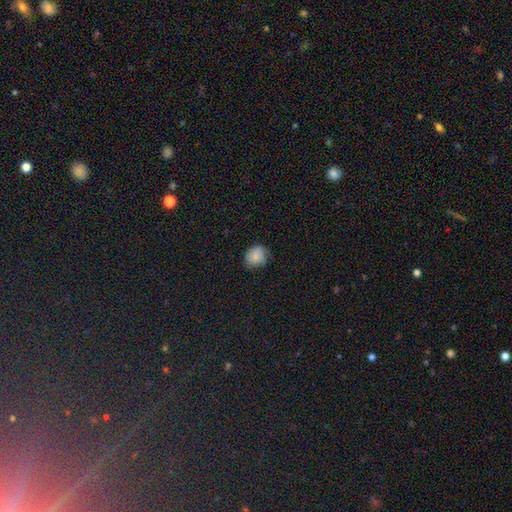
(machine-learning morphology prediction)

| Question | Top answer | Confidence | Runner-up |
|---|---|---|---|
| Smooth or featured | smooth | 75% | featured or disk (15%) |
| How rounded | round | 66% | in between (33%) |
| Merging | none | 63% | minor disturbance (28%) |